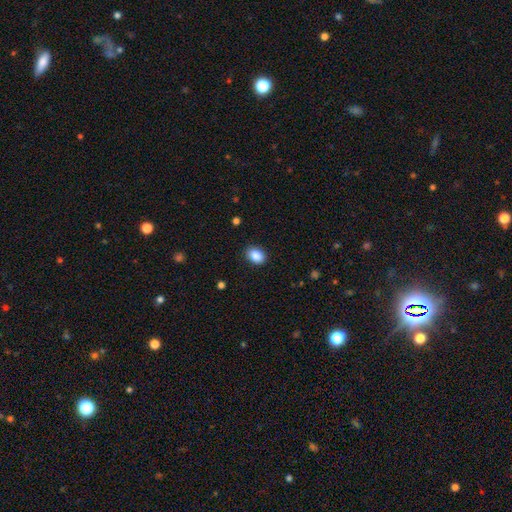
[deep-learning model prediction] Smooth or featured? smooth (88%)
How rounded? in between (68%)
Merging? none (89%)